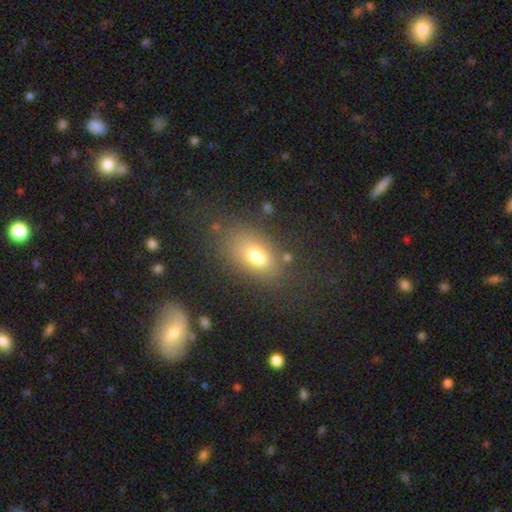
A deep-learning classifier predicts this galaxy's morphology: smooth_or_featured: smooth (p=0.72) [alt: featured or disk p=0.16]
how_rounded: in between (p=0.85) [alt: round p=0.11]
merging: none (p=0.66) [alt: minor disturbance p=0.16]